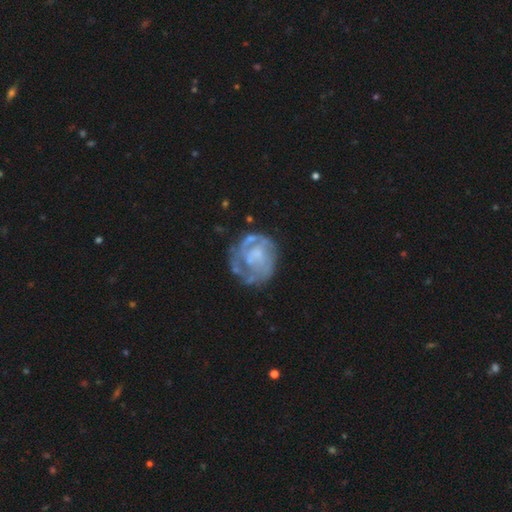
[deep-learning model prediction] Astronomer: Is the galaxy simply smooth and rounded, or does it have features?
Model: featured or disk — 74%.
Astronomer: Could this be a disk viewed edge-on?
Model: no — 98%.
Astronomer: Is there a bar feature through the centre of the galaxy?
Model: no — 72%.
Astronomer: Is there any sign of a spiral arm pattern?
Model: yes — 60% (runner-up: no, 40%).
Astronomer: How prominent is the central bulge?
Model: none — 42% (runner-up: small, 29%).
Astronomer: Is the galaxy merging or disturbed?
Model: none — 56%.